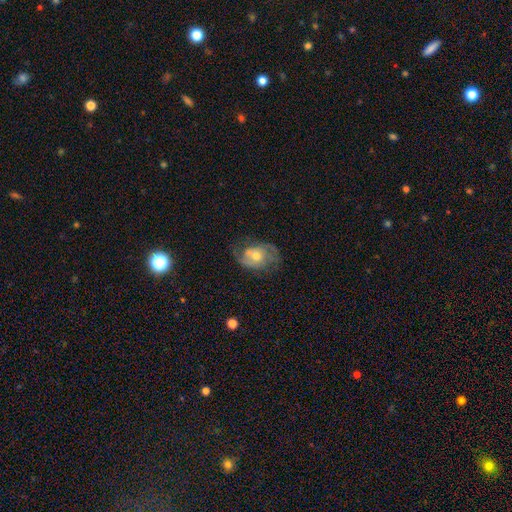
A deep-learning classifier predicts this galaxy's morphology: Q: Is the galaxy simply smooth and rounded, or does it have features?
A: featured or disk — 72%.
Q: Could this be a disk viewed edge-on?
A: no — 96%.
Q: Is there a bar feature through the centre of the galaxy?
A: no — 69%.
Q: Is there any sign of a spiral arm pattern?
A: yes — 86%.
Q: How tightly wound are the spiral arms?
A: medium — 45%.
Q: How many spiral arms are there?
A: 2 — 75%.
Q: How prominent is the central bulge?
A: moderate — 60%.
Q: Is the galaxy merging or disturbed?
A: none — 63%.